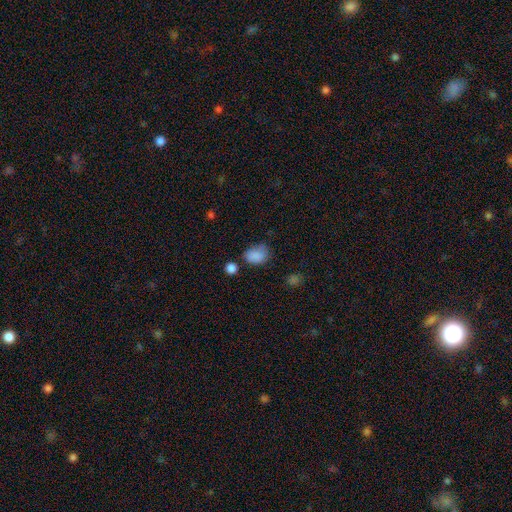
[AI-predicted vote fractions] A smooth galaxy with no disk features (84%) that is in between round and cigar-shaped (74%).

Vote fractions:
- Smooth or featured? smooth: 84% / star or artifact: 10% / featured or disk: 6%
- How rounded? in between: 74% / round: 25% / cigar-shaped: 1%
- Merging? none: 57% / minor disturbance: 29% / major disturbance: 9% / merger: 5%